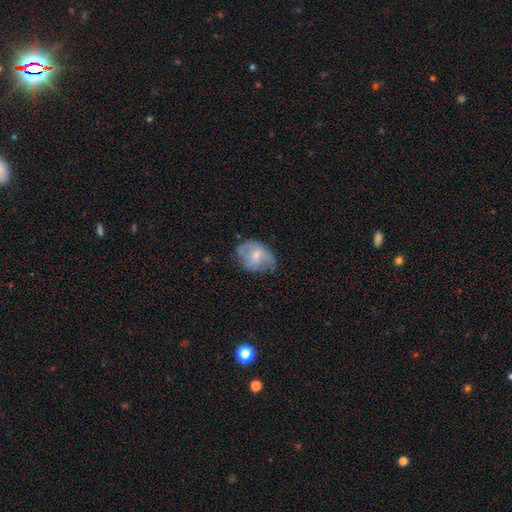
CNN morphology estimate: Smooth or featured?
  - smooth: 51% *
  - featured or disk: 42%
  - star or artifact: 7%
How rounded?
  - in between: 71% *
  - round: 28%
  - cigar-shaped: 1%
Merging?
  - none: 52% *
  - minor disturbance: 33%
  - major disturbance: 13%
  - merger: 2%